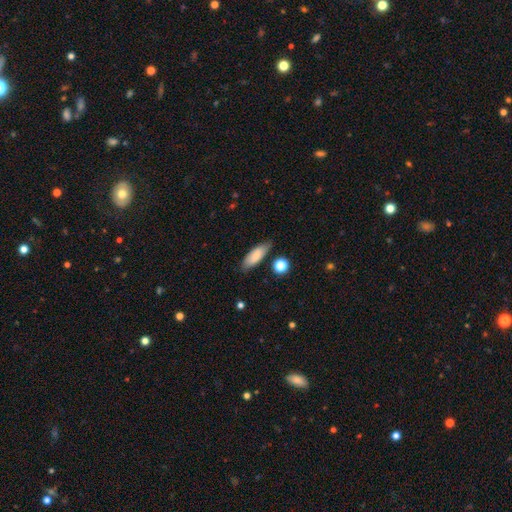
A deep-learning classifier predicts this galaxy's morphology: Overall: smooth (80%). How rounded: in between (63%; cigar-shaped 34%). Merging: none (79%).